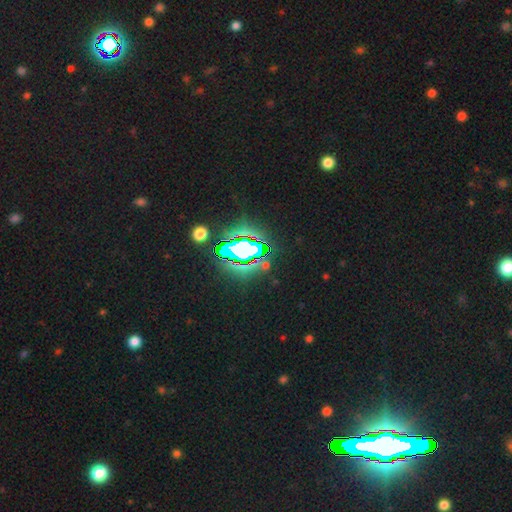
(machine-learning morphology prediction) A star or artifact, not a galaxy (77%).

Vote fractions:
- Smooth or featured? star or artifact: 77% / smooth: 12% / featured or disk: 11%